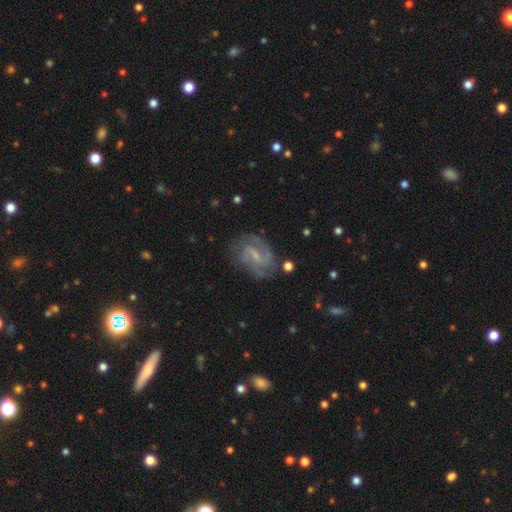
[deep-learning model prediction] smooth_or_featured: featured or disk (p=0.80) [alt: smooth p=0.13]
disk_edge_on: no (p=0.97) [alt: yes p=0.03]
bar: weak (p=0.57) [alt: no p=0.25]
has_spiral_arms: yes (p=0.93) [alt: no p=0.07]
spiral_winding: medium (p=0.49) [alt: tight p=0.32]
spiral_arm_count: 2 (p=0.64) [alt: can't tell p=0.16]
bulge_size: small (p=0.61) [alt: moderate p=0.21]
merging: none (p=0.72) [alt: minor disturbance p=0.17]